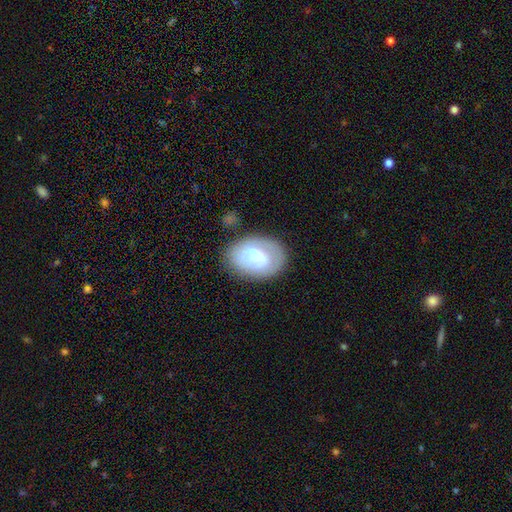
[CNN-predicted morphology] Overall: smooth (51%; featured or disk 42%). How rounded: in between (82%). Merging: none (65%).